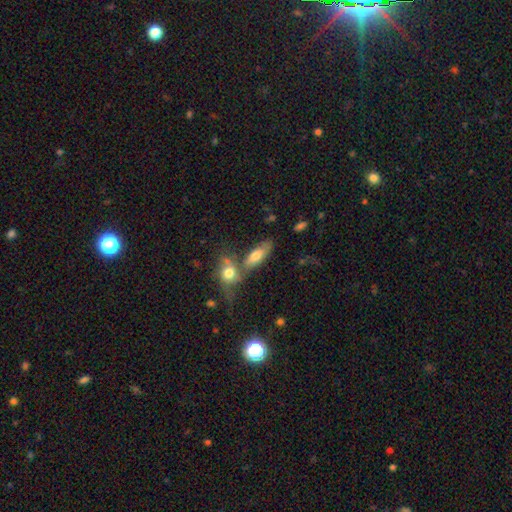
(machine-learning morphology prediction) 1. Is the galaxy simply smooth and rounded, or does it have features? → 66% smooth, 25% featured or disk, 9% star or artifact.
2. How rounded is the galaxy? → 74% in between, 21% cigar-shaped, 5% round.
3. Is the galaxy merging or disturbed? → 42% none, 38% merger, 13% minor disturbance, 7% major disturbance.